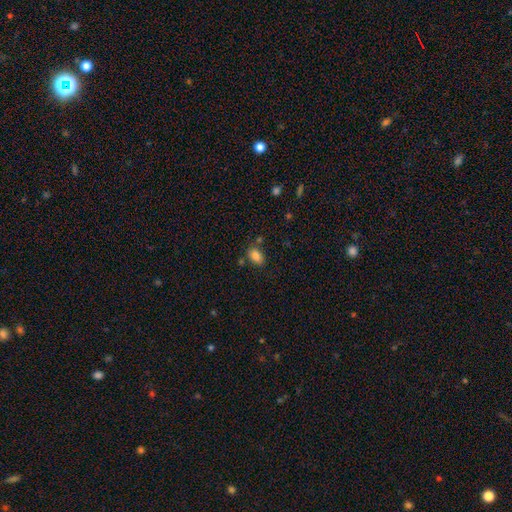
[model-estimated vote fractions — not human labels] smooth-or-featured: smooth: 84% | star or artifact: 10% | featured or disk: 7%
  how-rounded: in between: 87% | round: 12% | cigar-shaped: 2%
  merging: none: 75% | minor disturbance: 13% | merger: 8% | major disturbance: 3%